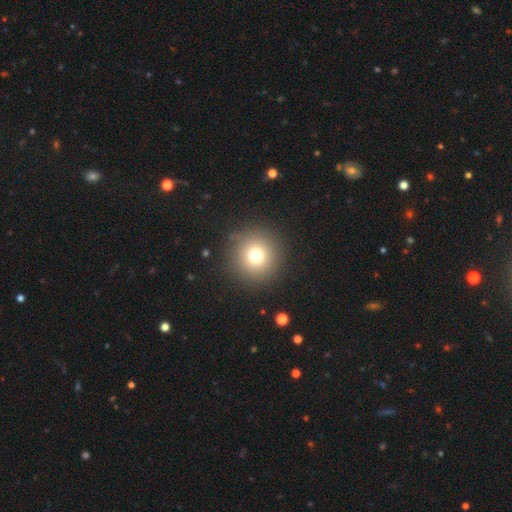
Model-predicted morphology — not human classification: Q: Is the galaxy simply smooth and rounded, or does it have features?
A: smooth — 74%.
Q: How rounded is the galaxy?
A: round — 96%.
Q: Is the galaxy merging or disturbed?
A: none — 90%.